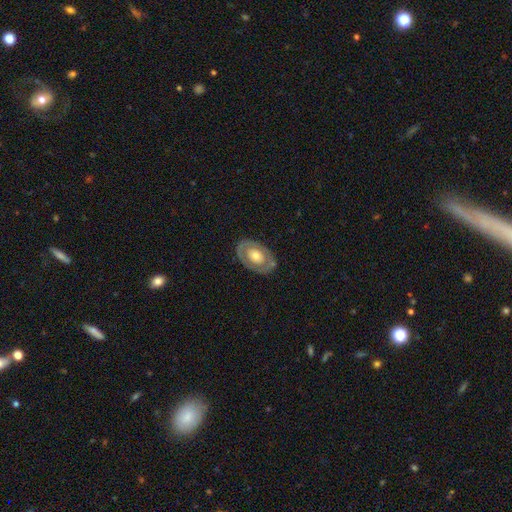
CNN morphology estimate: A featured or disk galaxy (57%) with no bar (85%), no spiral arms (78%) and a moderate central bulge (55%). Merging: none (79%).